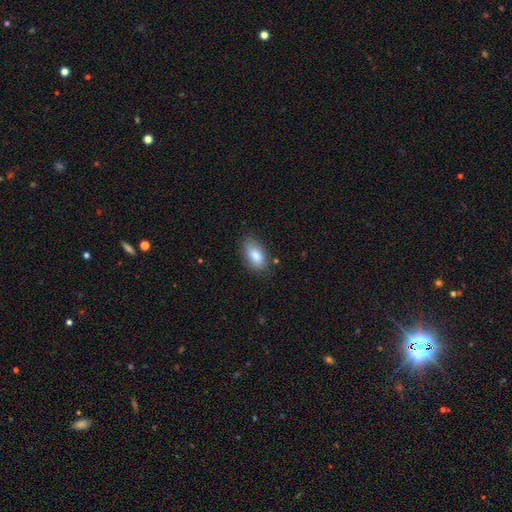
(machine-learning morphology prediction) smooth-or-featured: smooth: 84% | featured or disk: 9% | star or artifact: 7%
  how-rounded: in between: 91% | cigar-shaped: 5% | round: 4%
  merging: none: 79% | minor disturbance: 16% | major disturbance: 3% | merger: 2%